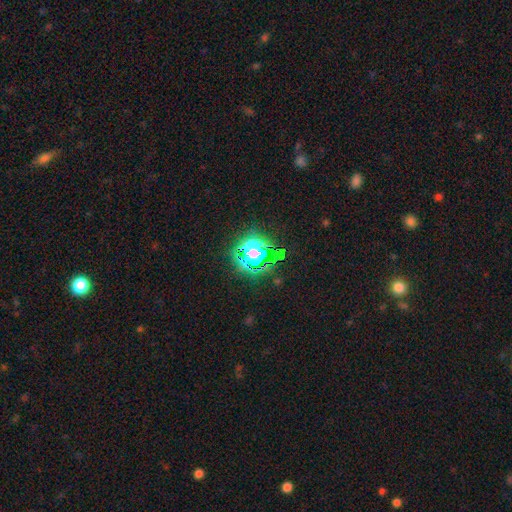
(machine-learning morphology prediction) This is likely a star or artifact rather than a galaxy (62%).